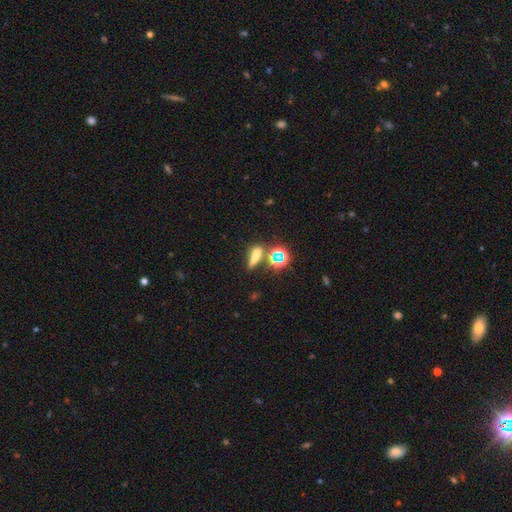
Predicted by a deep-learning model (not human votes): A smooth galaxy with no disk features (56%) that is cigar-shaped (46%).

Vote fractions:
- Smooth or featured? smooth: 56% / star or artifact: 28% / featured or disk: 17%
- How rounded? cigar-shaped: 46% / in between: 34% / round: 20%
- Merging? none: 53% / merger: 27% / minor disturbance: 13% / major disturbance: 8%